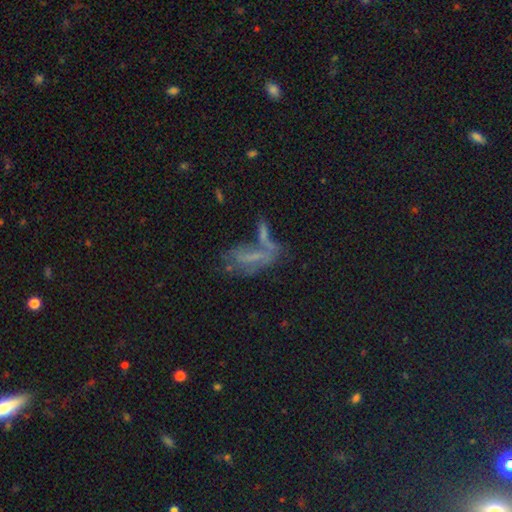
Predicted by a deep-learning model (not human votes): Overall: featured or disk (36%; smooth 32%). Merging: merger (30%, tied with none).